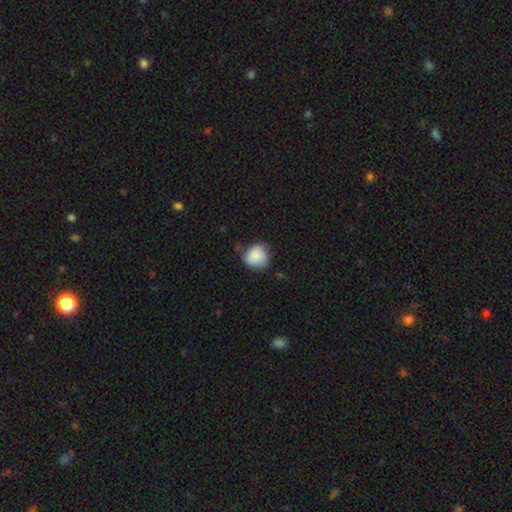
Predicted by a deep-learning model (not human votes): smooth 83%, featured or disk 9%, star or artifact 8%. Down the decision tree: how rounded — round (83%); merging — none (62%).